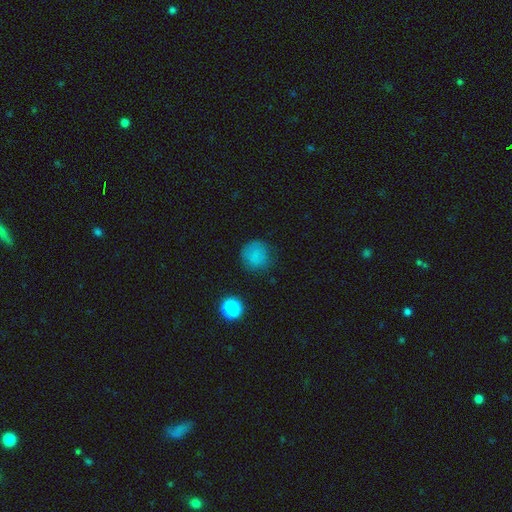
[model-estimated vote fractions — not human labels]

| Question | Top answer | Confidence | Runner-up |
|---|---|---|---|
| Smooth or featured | smooth | 78% | star or artifact (14%) |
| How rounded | round | 90% | in between (9%) |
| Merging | none | 74% | minor disturbance (18%) |